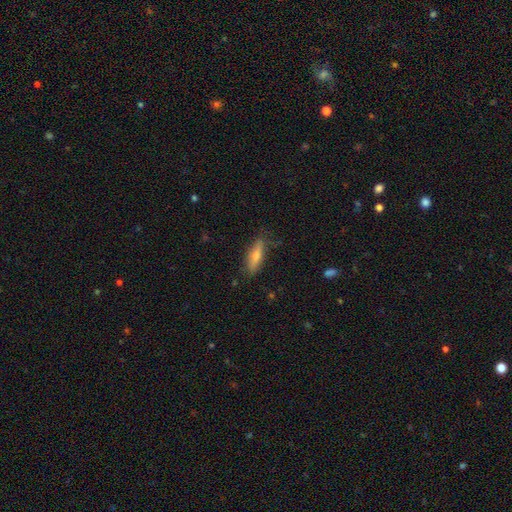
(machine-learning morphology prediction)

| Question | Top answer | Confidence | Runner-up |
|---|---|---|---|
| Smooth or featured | smooth | 60% | featured or disk (32%) |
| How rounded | cigar-shaped | 69% | in between (29%) |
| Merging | none | 79% | minor disturbance (16%) |